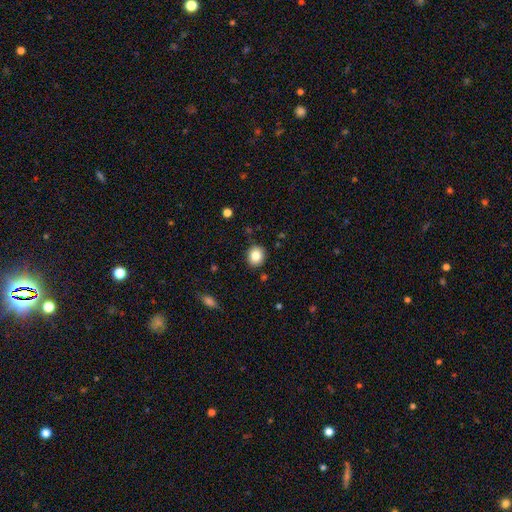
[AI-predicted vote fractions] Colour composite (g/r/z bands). It shows a smooth galaxy with no disk features (83%) that is round (78%). Merging: none (88%).